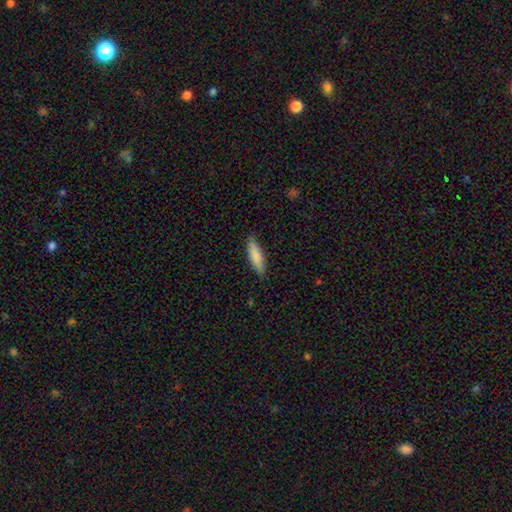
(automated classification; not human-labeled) A smooth galaxy with no disk features (81%) that is cigar-shaped (64%). Merging: none (86%).